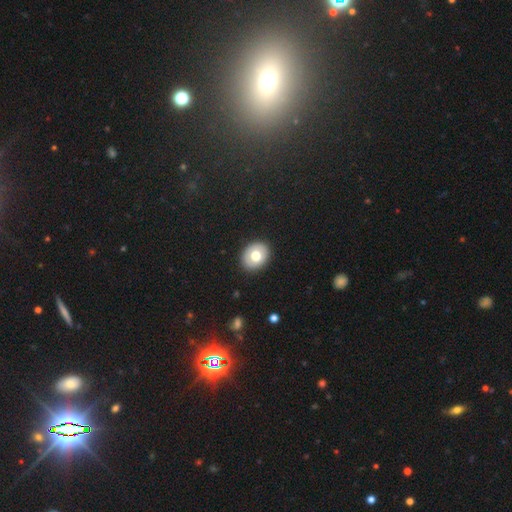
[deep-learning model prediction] Smooth or featured? smooth (67%)
How rounded? in between (51%)
Merging? none (89%)